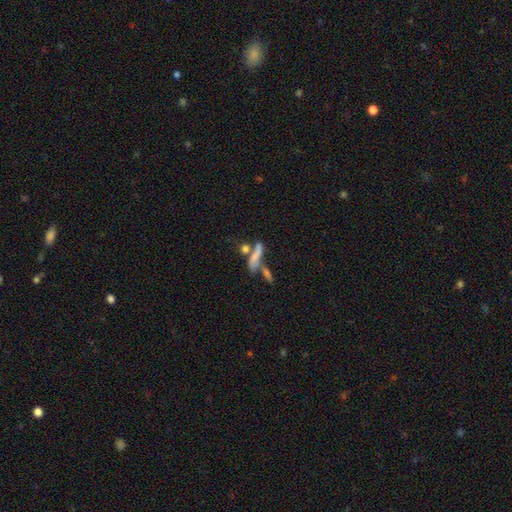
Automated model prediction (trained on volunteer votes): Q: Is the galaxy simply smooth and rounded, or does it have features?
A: smooth — 57%.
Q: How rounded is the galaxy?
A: cigar-shaped — 59%.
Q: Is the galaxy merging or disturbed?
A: merger — 47%.